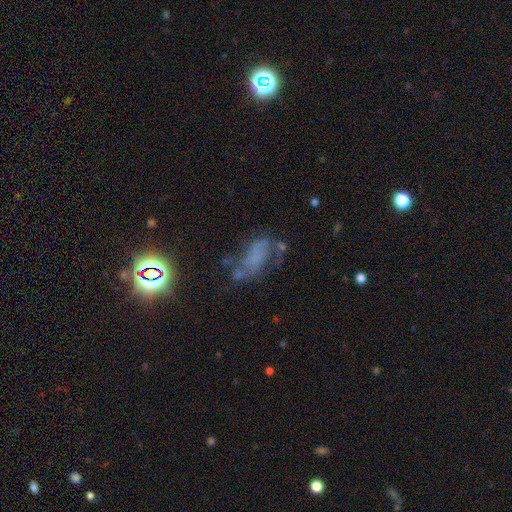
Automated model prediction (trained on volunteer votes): featured or disk 50%, smooth 29%, star or artifact 22%. Down the decision tree: merging — none (39%).